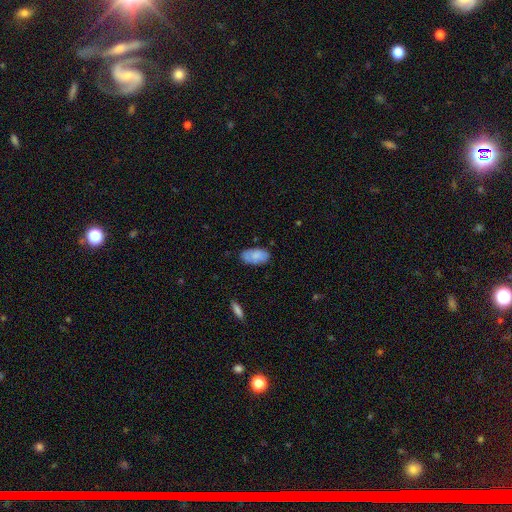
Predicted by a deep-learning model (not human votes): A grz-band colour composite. It shows a smooth galaxy with no disk features (74%) that is in between round and cigar-shaped (94%). Merging: none (76%).